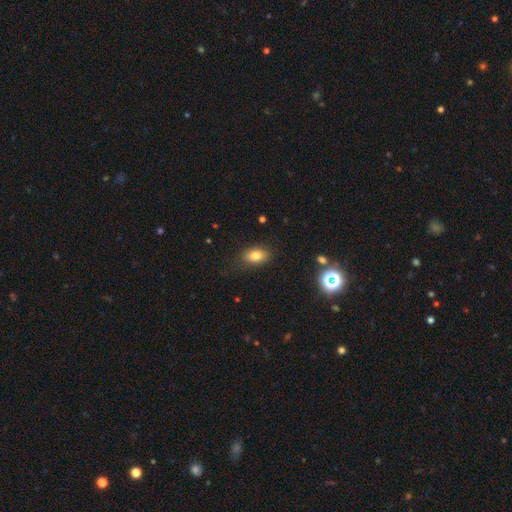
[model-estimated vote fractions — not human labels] This is clearly a smooth galaxy (80%). How rounded: clearly in between (86%). Merging: likely none (80%).